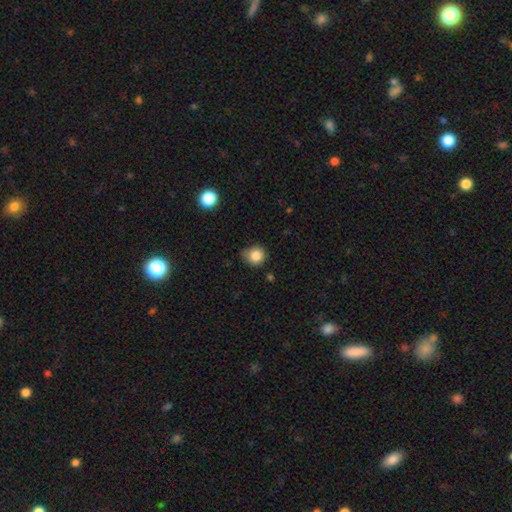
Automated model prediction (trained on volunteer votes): Smooth or featured?
  - smooth: 84% *
  - star or artifact: 11%
  - featured or disk: 6%
How rounded?
  - round: 85% *
  - in between: 14%
  - cigar-shaped: 1%
Merging?
  - none: 69% *
  - minor disturbance: 25%
  - major disturbance: 4%
  - merger: 2%